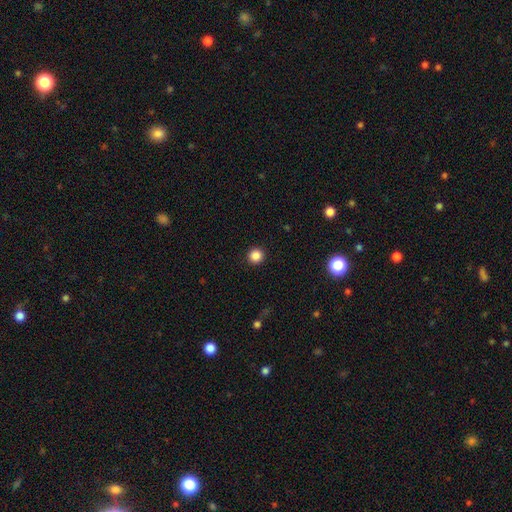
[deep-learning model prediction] The model was most divided on "smooth or featured": smooth: 86%, star or artifact: 11%, featured or disk: 3%. More confident: how rounded — round (95%); merging — none (93%).